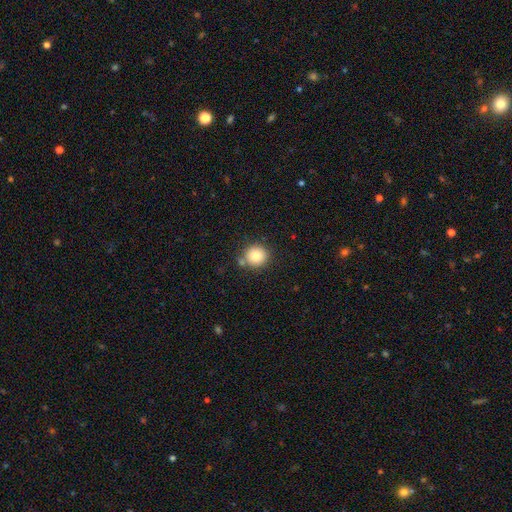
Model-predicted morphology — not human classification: Overall: smooth (83%). How rounded: round (90%). Merging: none (76%).